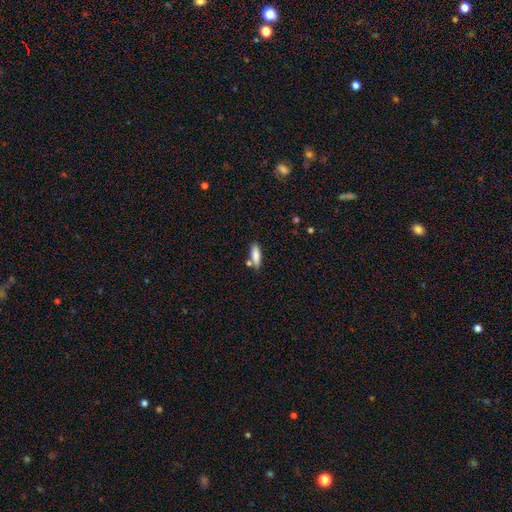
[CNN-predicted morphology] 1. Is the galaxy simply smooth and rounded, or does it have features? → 84% smooth, 9% featured or disk, 7% star or artifact.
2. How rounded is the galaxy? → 57% in between, 40% cigar-shaped, 2% round.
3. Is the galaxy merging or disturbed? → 68% none, 15% merger, 14% minor disturbance, 3% major disturbance.